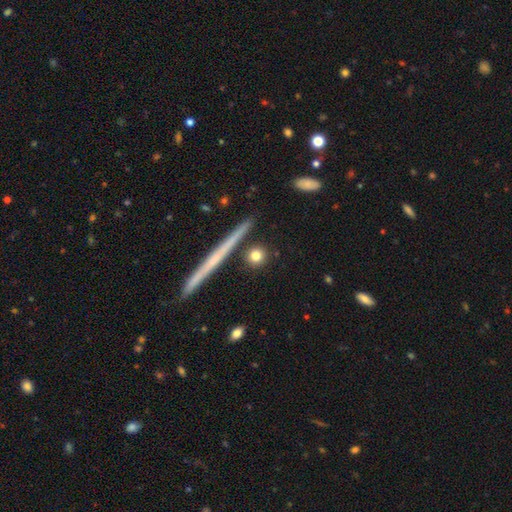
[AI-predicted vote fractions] Morphology: type=smooth (79%); roundness=round (86%); merging=none (87%).